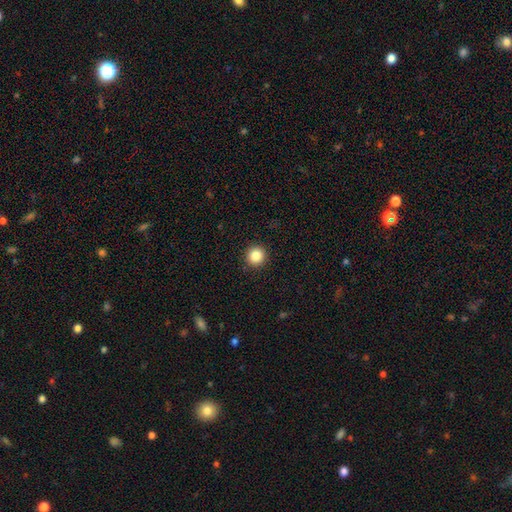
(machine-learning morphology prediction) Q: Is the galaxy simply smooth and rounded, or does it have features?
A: smooth — 86%.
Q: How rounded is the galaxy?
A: round — 94%.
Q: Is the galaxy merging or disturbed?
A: none — 93%.